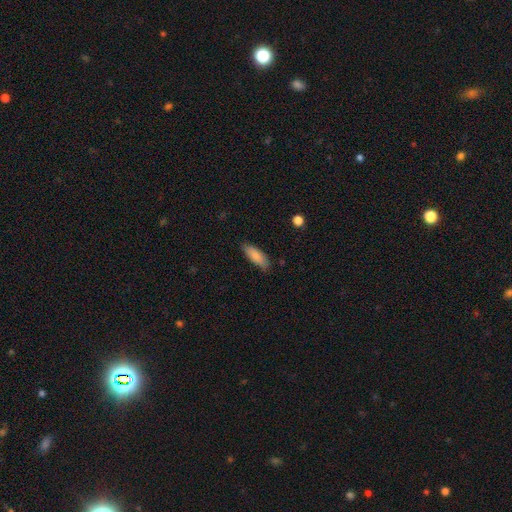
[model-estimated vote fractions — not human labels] smooth-or-featured: smooth: 83% | featured or disk: 11% | star or artifact: 6%
  how-rounded: in between: 64% | cigar-shaped: 34% | round: 2%
  merging: none: 82% | minor disturbance: 15% | major disturbance: 2% | merger: 1%